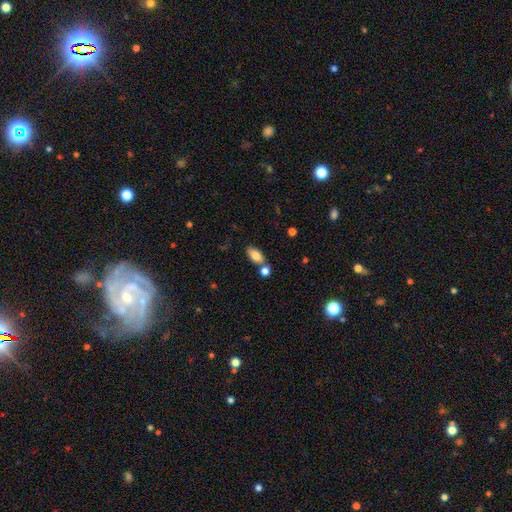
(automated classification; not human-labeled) A smooth galaxy with no disk features (81%) that is in between round and cigar-shaped (90%). Merging: none (64%).